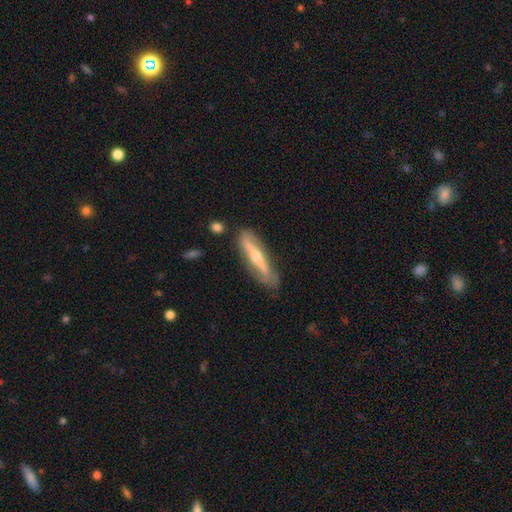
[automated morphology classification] type=featured or disk (70%); edge-on=yes (74%); edge-on bulge=rounded (88%); merging=none (76%).